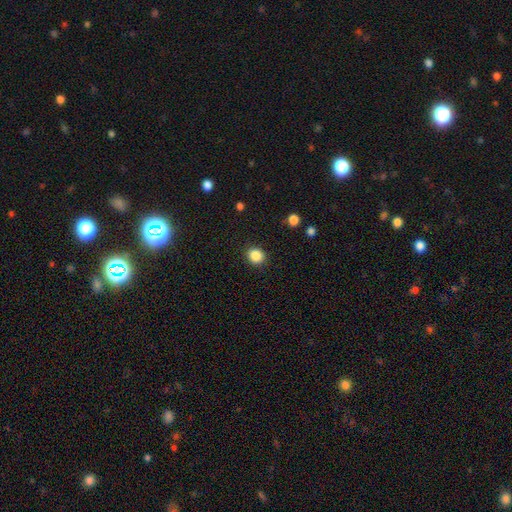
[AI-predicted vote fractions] A smooth galaxy with no disk features (87%) that is round (78%).

Vote fractions:
- Smooth or featured? smooth: 87% / star or artifact: 10% / featured or disk: 3%
- How rounded? round: 78% / in between: 21% / cigar-shaped: 1%
- Merging? none: 90% / minor disturbance: 7% / major disturbance: 2% / merger: 1%